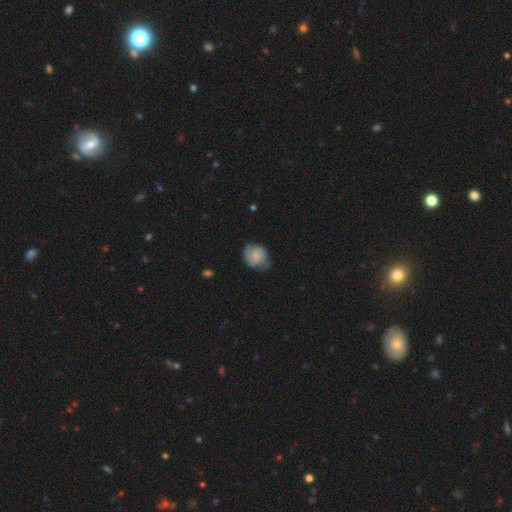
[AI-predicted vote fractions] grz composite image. It shows a featured or disk galaxy (56%) with no bar (72%), spiral arms (90%) and a small central bulge (61%). Merging: none (62%).